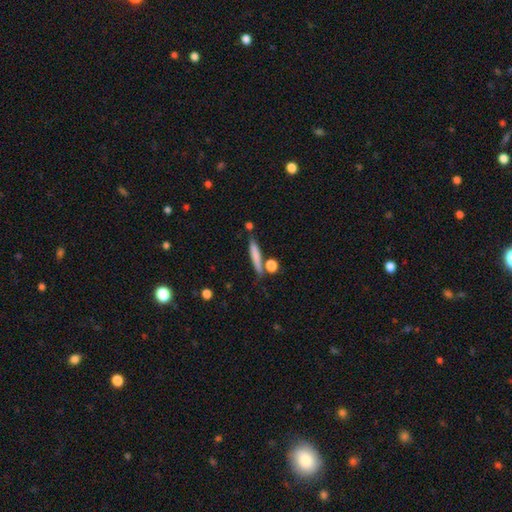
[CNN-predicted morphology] A smooth galaxy with no disk features (71%) that is cigar-shaped (88%).

Vote fractions:
- Smooth or featured? smooth: 71% / featured or disk: 22% / star or artifact: 7%
- How rounded? cigar-shaped: 88% / in between: 8% / round: 3%
- Merging? none: 73% / minor disturbance: 13% / merger: 11% / major disturbance: 4%